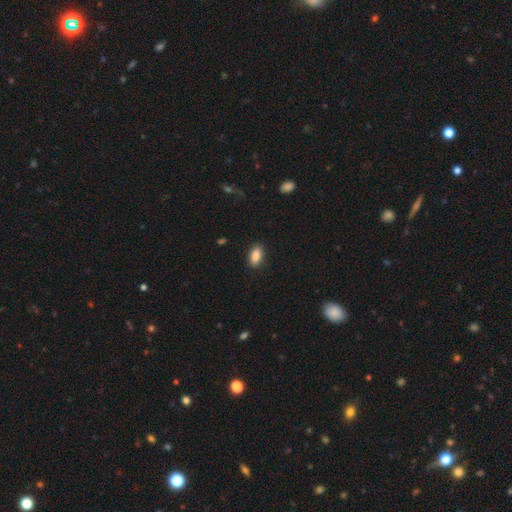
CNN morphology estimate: The model was most divided on "smooth or featured": smooth: 87%, star or artifact: 7%, featured or disk: 5%. More confident: how rounded — in between (89%); merging — none (89%).